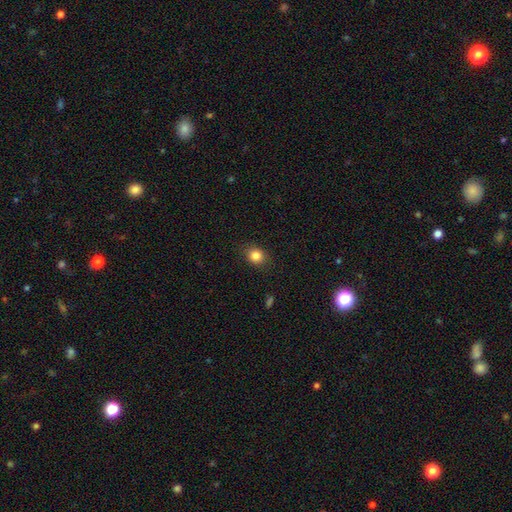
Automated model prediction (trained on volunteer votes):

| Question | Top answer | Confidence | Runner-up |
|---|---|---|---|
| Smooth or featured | smooth | 84% | star or artifact (11%) |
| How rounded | round | 65% | in between (34%) |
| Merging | none | 86% | minor disturbance (10%) |